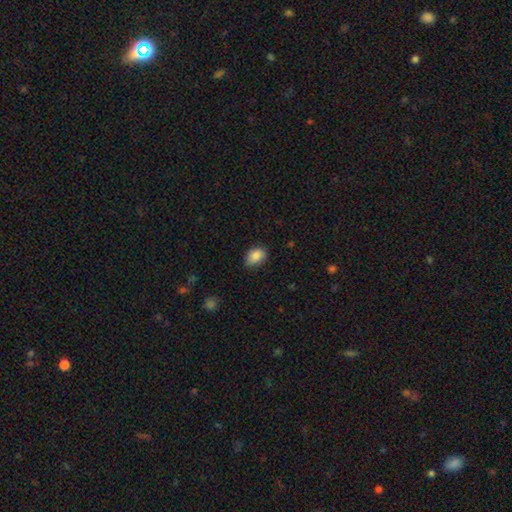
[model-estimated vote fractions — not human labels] Q: Smooth or featured?
A: smooth (87%); runner-up: star or artifact (8%)
Q: How rounded?
A: in between (78%); runner-up: round (21%)
Q: Merging?
A: none (74%); runner-up: minor disturbance (21%)